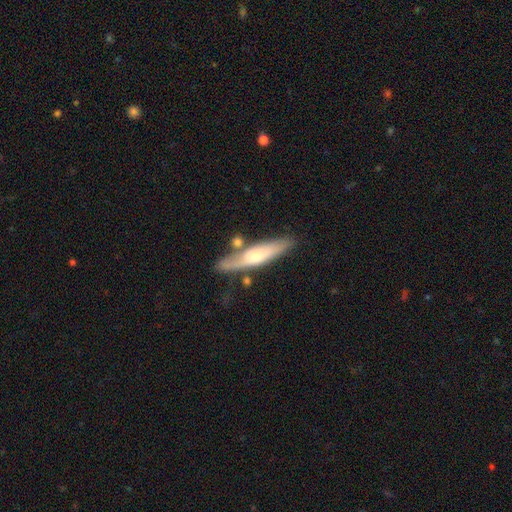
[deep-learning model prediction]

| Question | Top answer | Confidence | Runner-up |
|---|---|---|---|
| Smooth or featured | featured or disk | 49% | smooth (46%) |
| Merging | none | 69% | minor disturbance (16%) |